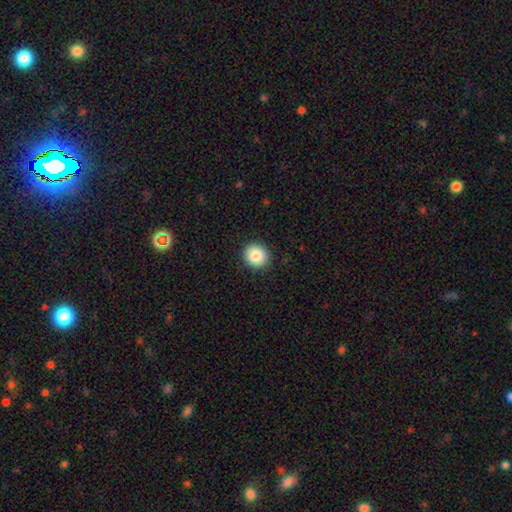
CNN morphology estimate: Smooth or featured?
  - smooth: 85% *
  - star or artifact: 9%
  - featured or disk: 6%
How rounded?
  - round: 86% *
  - in between: 13%
  - cigar-shaped: 1%
Merging?
  - none: 91% *
  - minor disturbance: 6%
  - major disturbance: 2%
  - merger: 1%